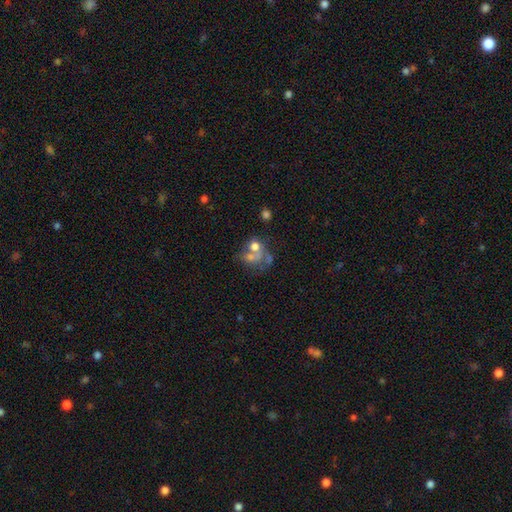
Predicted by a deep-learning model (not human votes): This appears to be a smooth galaxy with no disk features (43%). Merging: merger (44%).